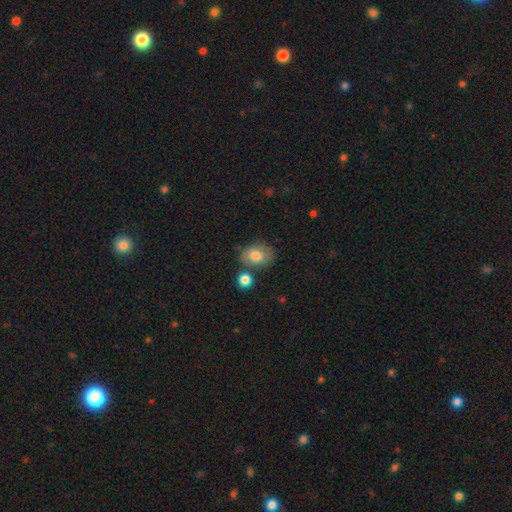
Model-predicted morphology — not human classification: Q: Smooth or featured?
A: smooth (75%); runner-up: featured or disk (17%)
Q: How rounded?
A: in between (69%); runner-up: round (30%)
Q: Merging?
A: none (62%); runner-up: minor disturbance (20%)